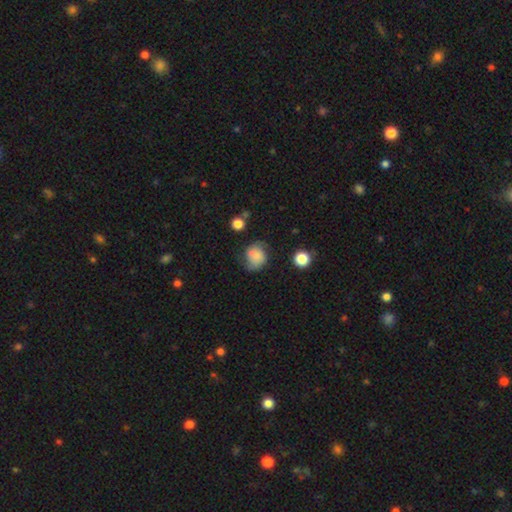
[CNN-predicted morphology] This appears to be a smooth galaxy with no disk features (65%) that is round (64%). Merging: none (54%).